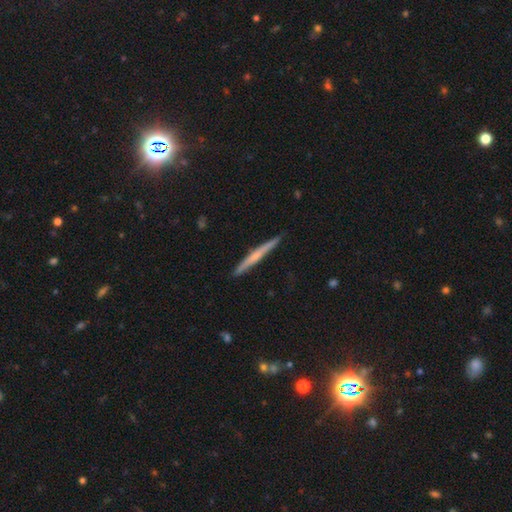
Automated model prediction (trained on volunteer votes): smooth_or_featured: featured or disk (p=0.61) [alt: smooth p=0.33]
disk_edge_on: yes (p=0.98) [alt: no p=0.02]
edge_on_bulge: rounded (p=0.55) [alt: none p=0.39]
merging: none (p=0.91) [alt: minor disturbance p=0.07]